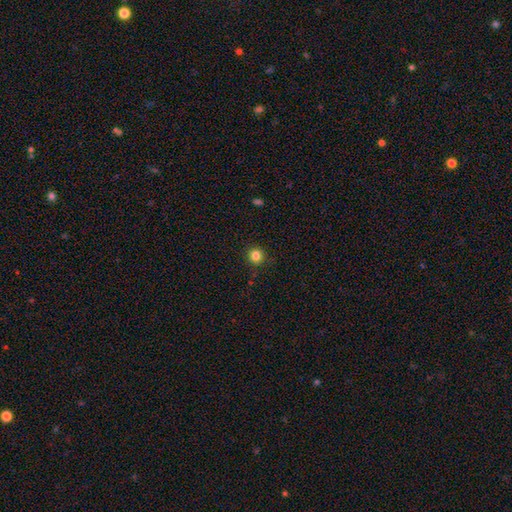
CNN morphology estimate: The model was most divided on "smooth or featured": smooth: 83%, star or artifact: 12%, featured or disk: 5%. More confident: how rounded — round (94%); merging — none (91%).